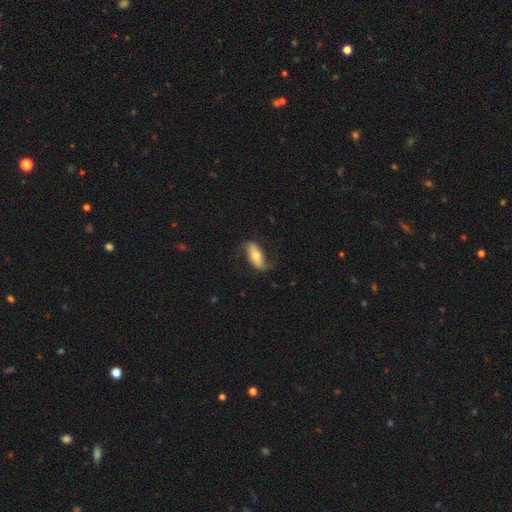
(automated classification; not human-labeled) A featured or disk galaxy (57%). Merging: none (70%).